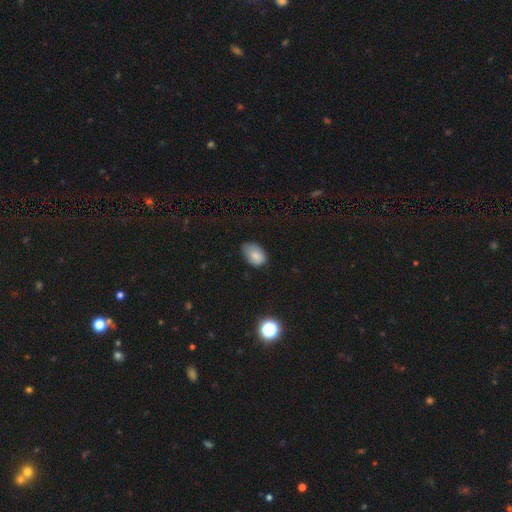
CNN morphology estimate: smooth 81%, star or artifact 10%, featured or disk 9%. Down the decision tree: how rounded — in between (85%); merging — none (58%).